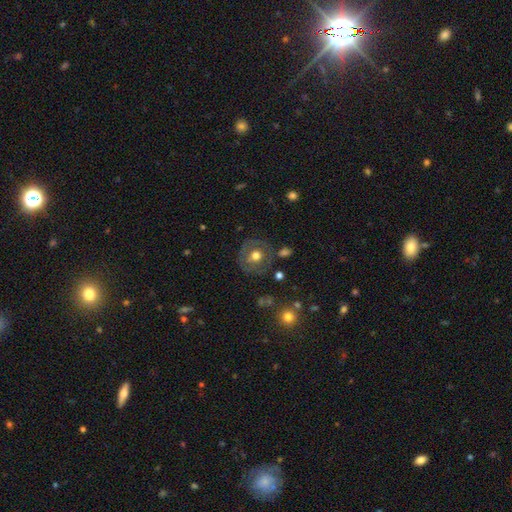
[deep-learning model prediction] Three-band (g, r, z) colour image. It shows a smooth galaxy with no disk features (50%). Merging: none (76%).